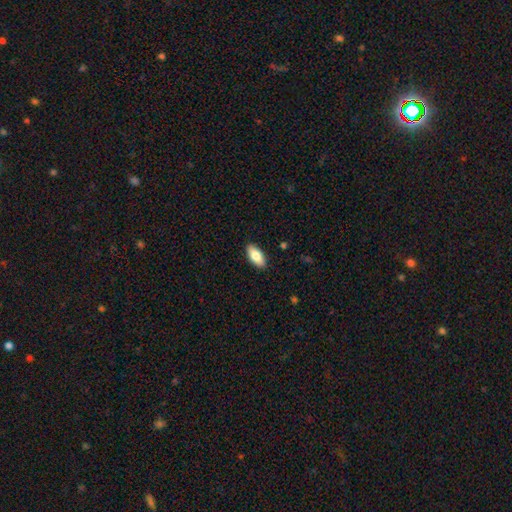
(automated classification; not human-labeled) A smooth galaxy with no disk features (84%) that is in between round and cigar-shaped (88%).

Vote fractions:
- Smooth or featured? smooth: 84% / featured or disk: 10% / star or artifact: 6%
- How rounded? in between: 88% / cigar-shaped: 10% / round: 2%
- Merging? none: 89% / minor disturbance: 8% / major disturbance: 2% / merger: 1%